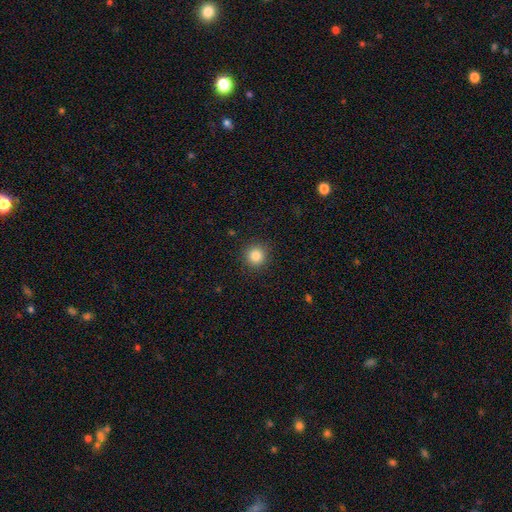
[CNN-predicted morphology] smooth_or_featured: smooth (p=0.84) [alt: star or artifact p=0.11]
how_rounded: round (p=0.94) [alt: in between p=0.05]
merging: none (p=0.91) [alt: minor disturbance p=0.06]